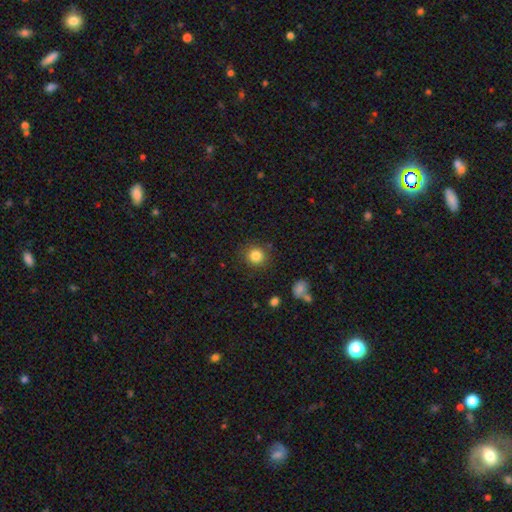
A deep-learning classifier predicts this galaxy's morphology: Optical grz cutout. It shows a smooth galaxy with no disk features (84%) that is round (89%). Merging: none (85%).